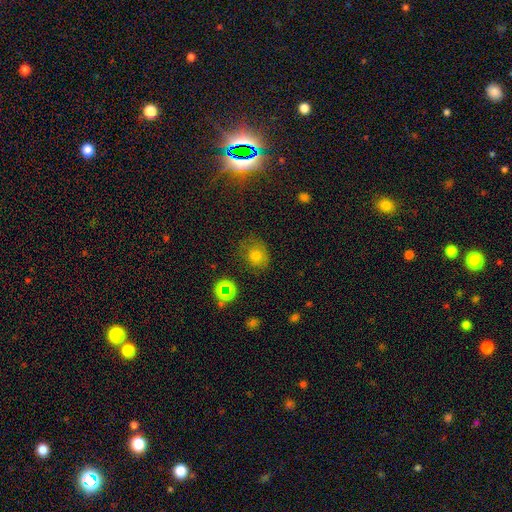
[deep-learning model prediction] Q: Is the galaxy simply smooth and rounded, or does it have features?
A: smooth — 71%.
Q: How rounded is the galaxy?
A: round — 61%.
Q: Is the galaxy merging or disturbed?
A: none — 64%.